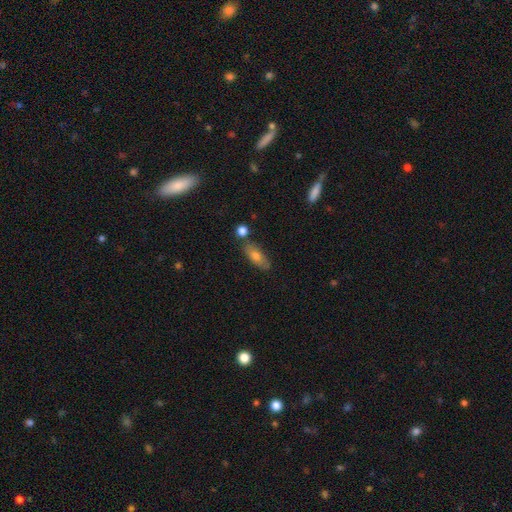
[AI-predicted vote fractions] This appears to be a smooth galaxy with no disk features (67%) that is in between round and cigar-shaped (67%). Merging: none (73%).